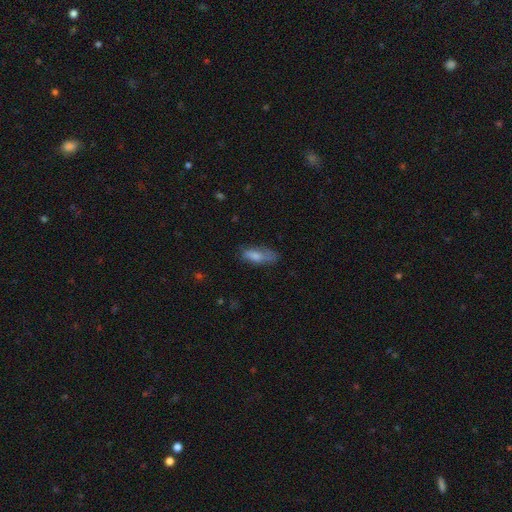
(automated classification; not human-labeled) smooth 74%, featured or disk 19%, star or artifact 7%. Down the decision tree: how rounded — in between (67%); merging — none (54%).